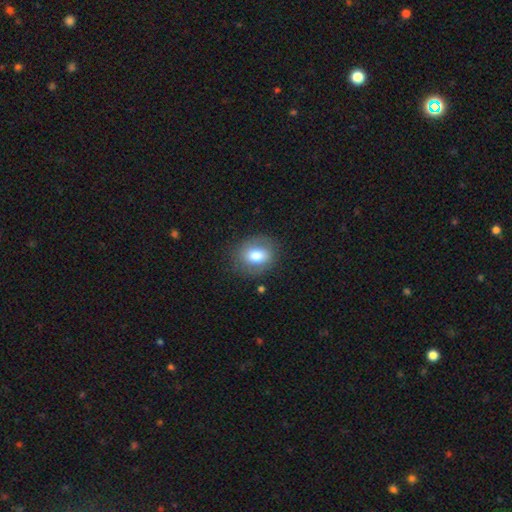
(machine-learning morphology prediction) smooth 75%, featured or disk 16%, star or artifact 9%. Down the decision tree: how rounded — round (52%); merging — none (81%).